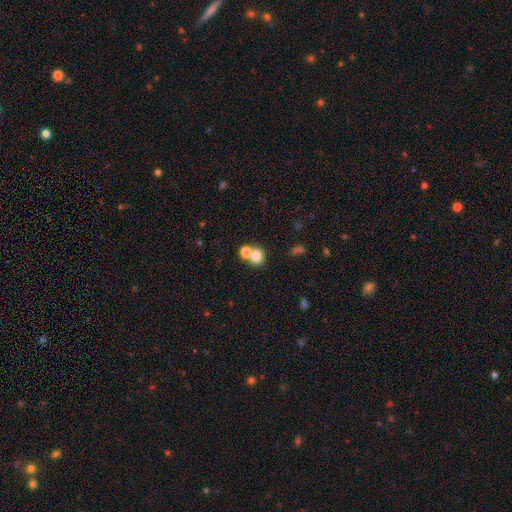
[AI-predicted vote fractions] smooth_or_featured: smooth (p=0.76) [alt: featured or disk p=0.12]
how_rounded: round (p=0.76) [alt: in between p=0.23]
merging: merger (p=0.45) [alt: none p=0.44]